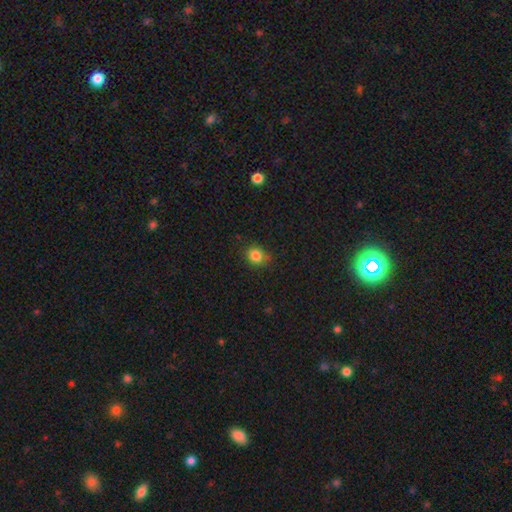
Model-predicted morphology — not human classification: Q: Smooth or featured?
A: smooth (83%); runner-up: star or artifact (12%)
Q: How rounded?
A: round (74%); runner-up: in between (25%)
Q: Merging?
A: none (72%); runner-up: minor disturbance (22%)